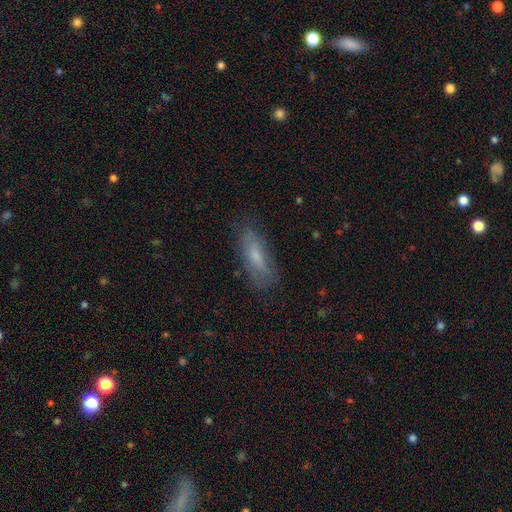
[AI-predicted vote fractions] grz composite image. It shows a smooth galaxy with no disk features (61%) that is in between round and cigar-shaped (56%). Merging: none (75%).